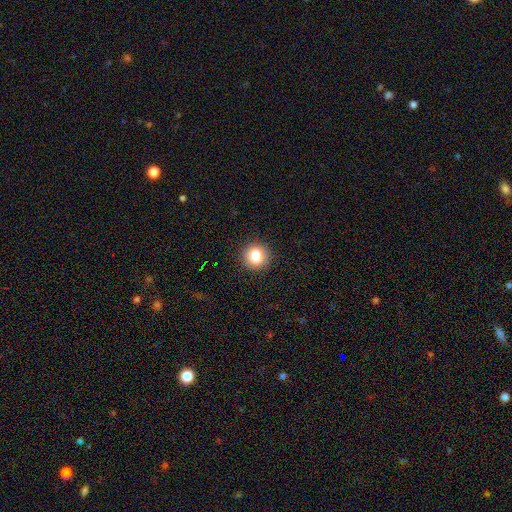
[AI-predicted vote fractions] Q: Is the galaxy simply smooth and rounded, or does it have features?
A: smooth — 82%.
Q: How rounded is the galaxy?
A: round — 88%.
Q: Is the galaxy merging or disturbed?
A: none — 90%.